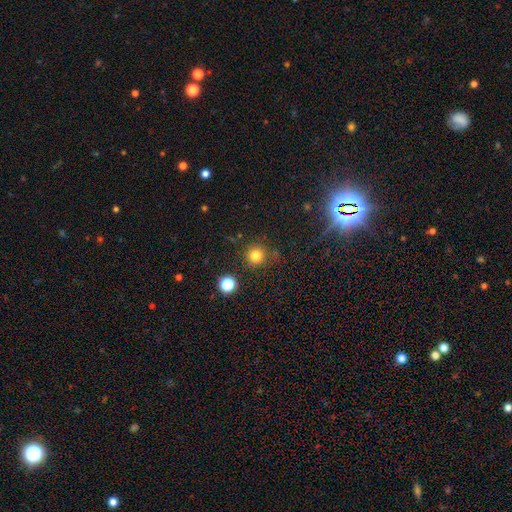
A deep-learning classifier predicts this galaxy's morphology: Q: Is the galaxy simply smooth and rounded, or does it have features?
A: smooth — 80%.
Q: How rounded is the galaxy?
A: round — 94%.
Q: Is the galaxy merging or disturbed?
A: none — 84%.